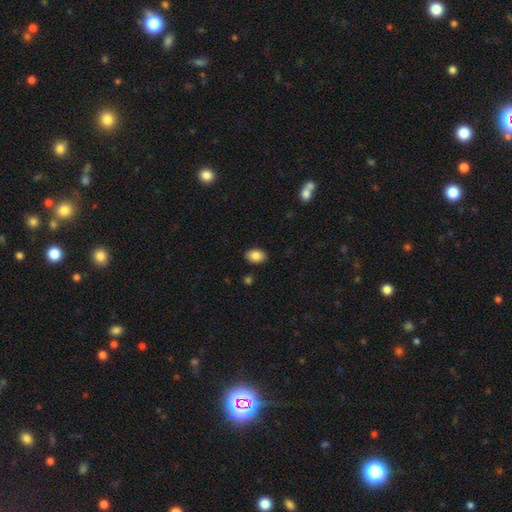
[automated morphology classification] smooth-or-featured: smooth: 86% | star or artifact: 8% | featured or disk: 6%
  how-rounded: in between: 83% | round: 16% | cigar-shaped: 1%
  merging: none: 89% | minor disturbance: 8% | major disturbance: 2% | merger: 2%